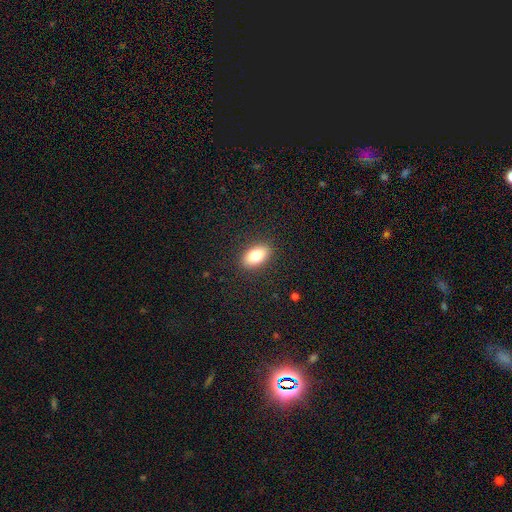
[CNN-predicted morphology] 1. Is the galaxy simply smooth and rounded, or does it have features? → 81% smooth, 11% featured or disk, 7% star or artifact.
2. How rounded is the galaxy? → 91% in between, 5% round, 4% cigar-shaped.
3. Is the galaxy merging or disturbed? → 88% none, 8% minor disturbance, 2% major disturbance, 1% merger.